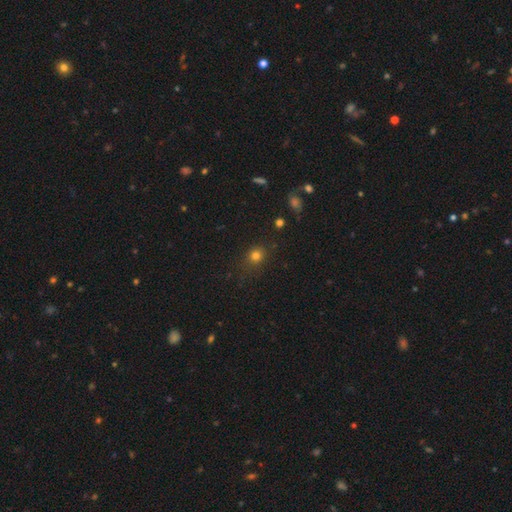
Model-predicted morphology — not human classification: type=smooth (77%); roundness=round (77%); merging=none (79%).